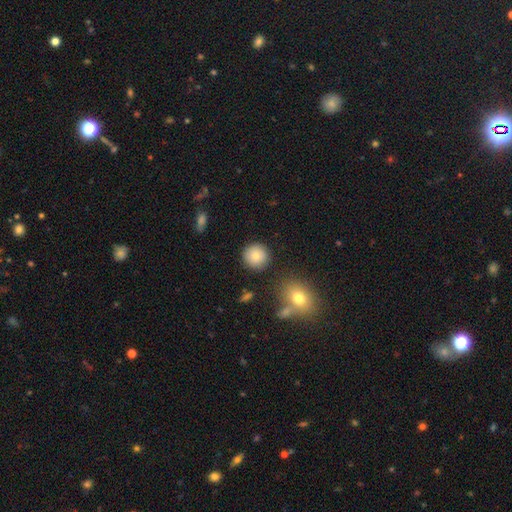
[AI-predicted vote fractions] smooth-or-featured: smooth: 82% | star or artifact: 10% | featured or disk: 9%
  how-rounded: round: 93% | in between: 6% | cigar-shaped: 1%
  merging: none: 88% | minor disturbance: 7% | merger: 3% | major disturbance: 2%